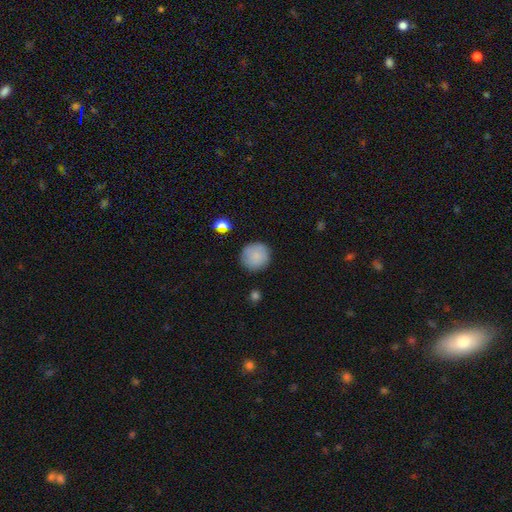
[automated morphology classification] Smooth or featured?
  - smooth: 82% *
  - featured or disk: 11%
  - star or artifact: 7%
How rounded?
  - round: 93% *
  - in between: 6%
  - cigar-shaped: 1%
Merging?
  - none: 85% *
  - minor disturbance: 10%
  - major disturbance: 3%
  - merger: 2%